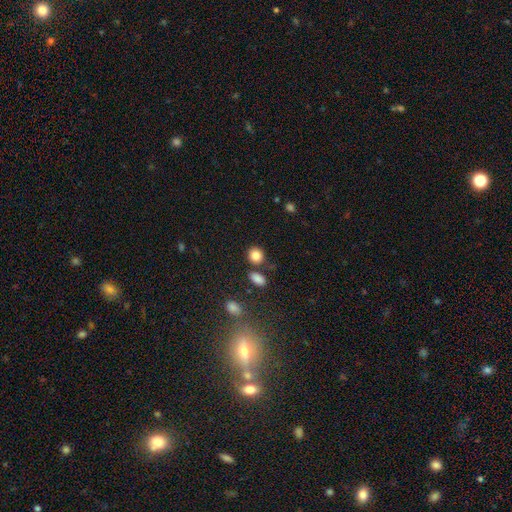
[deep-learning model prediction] The model was most divided on "how rounded": round: 77%, in between: 22%, cigar-shaped: 1%. More confident: smooth or featured — smooth (84%); merging — none (75%).